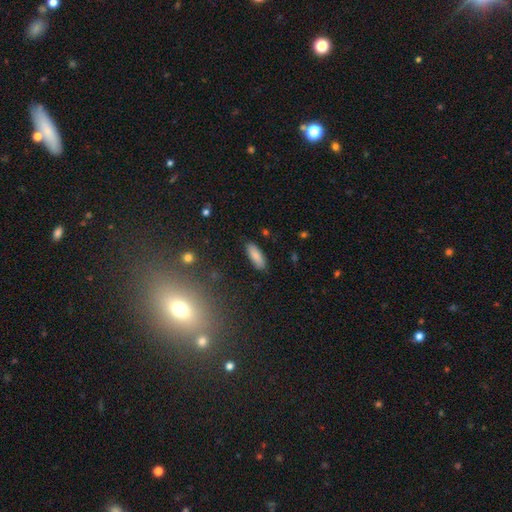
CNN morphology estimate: smooth 84%, featured or disk 9%, star or artifact 7%. Down the decision tree: how rounded — in between (67%); merging — none (87%).